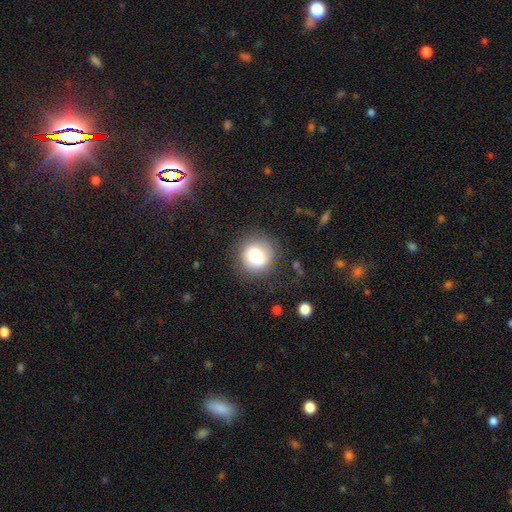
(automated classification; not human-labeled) Smooth or featured? Predicted: smooth (p=0.81). How rounded? Predicted: round (p=0.86). Merging? Predicted: none (p=0.74).